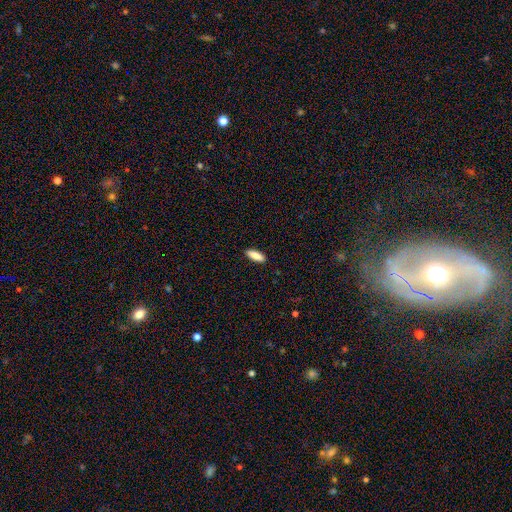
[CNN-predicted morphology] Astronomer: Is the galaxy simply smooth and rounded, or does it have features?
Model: smooth — 88%.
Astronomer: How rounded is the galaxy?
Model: in between — 62%.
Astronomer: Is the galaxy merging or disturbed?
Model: none — 90%.